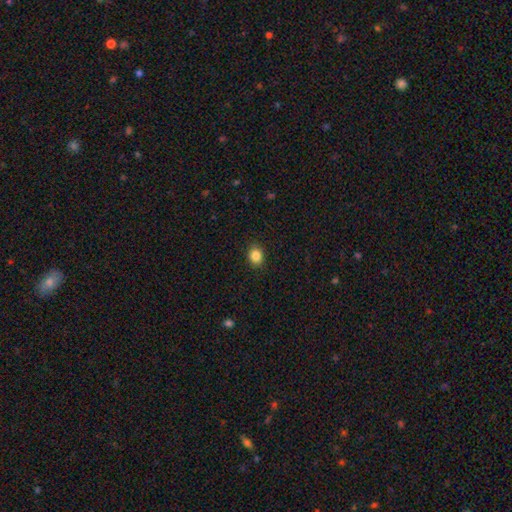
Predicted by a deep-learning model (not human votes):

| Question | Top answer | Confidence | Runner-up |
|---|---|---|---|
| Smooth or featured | smooth | 85% | star or artifact (10%) |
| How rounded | round | 56% | in between (43%) |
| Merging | none | 90% | minor disturbance (7%) |